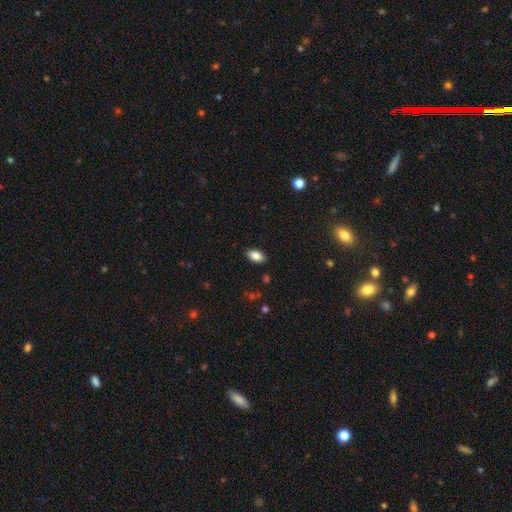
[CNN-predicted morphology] smooth-or-featured: smooth: 85% | star or artifact: 8% | featured or disk: 6%
  how-rounded: in between: 92% | round: 6% | cigar-shaped: 3%
  merging: none: 88% | minor disturbance: 9% | major disturbance: 2% | merger: 1%